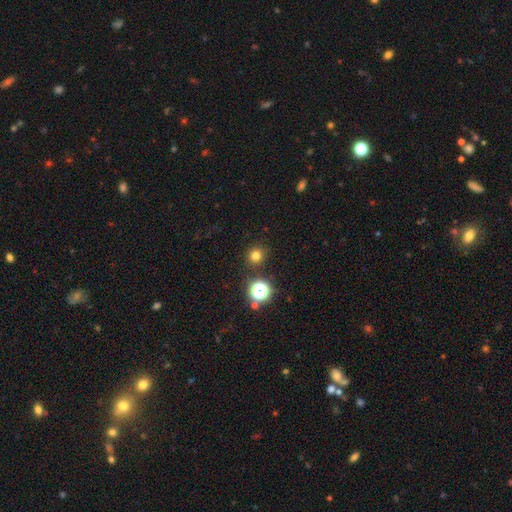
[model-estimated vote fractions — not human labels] Smooth or featured? smooth (75%)
How rounded? round (93%)
Merging? none (89%)